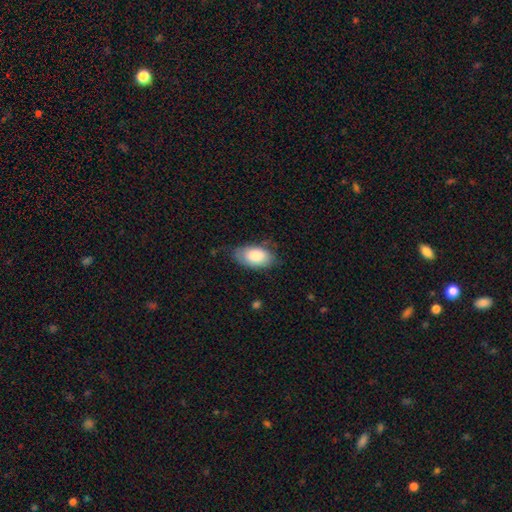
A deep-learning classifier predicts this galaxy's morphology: Smooth or featured? smooth (82%)
How rounded? in between (95%)
Merging? none (67%)